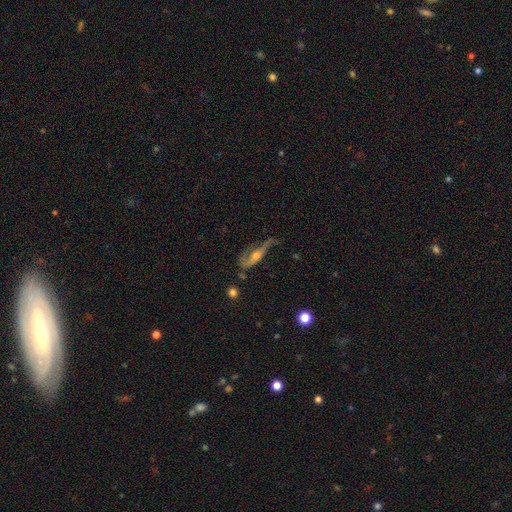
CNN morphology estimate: Smooth or featured: featured or disk — 68% (smooth — 24%)
Edge-on disk: no — 69% (yes — 31%)
Merging: major disturbance — 38% (none — 31%)